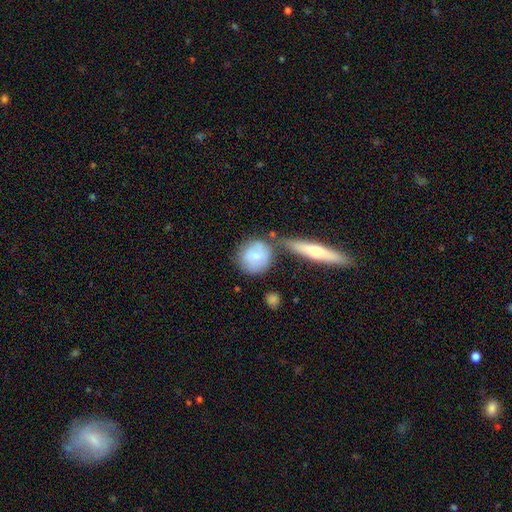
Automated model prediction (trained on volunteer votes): Q: Smooth or featured?
A: smooth (73%); runner-up: featured or disk (21%)
Q: How rounded?
A: round (84%); runner-up: in between (14%)
Q: Merging?
A: none (51%); runner-up: merger (23%)